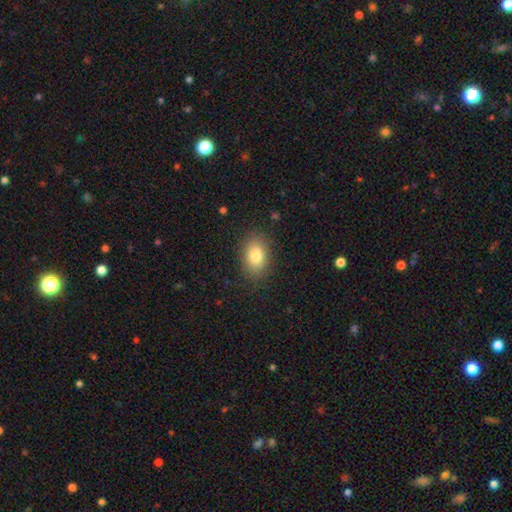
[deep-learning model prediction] A smooth galaxy with no disk features (82%) that is in between round and cigar-shaped (80%). Merging: none (86%).